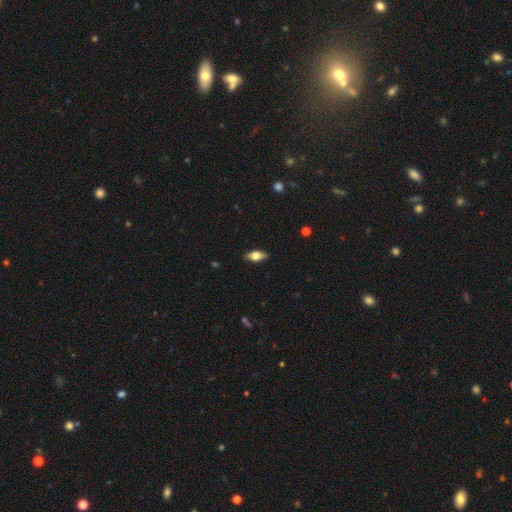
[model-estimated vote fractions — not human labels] Smooth or featured? smooth (65%)
How rounded? in between (84%)
Merging? none (88%)